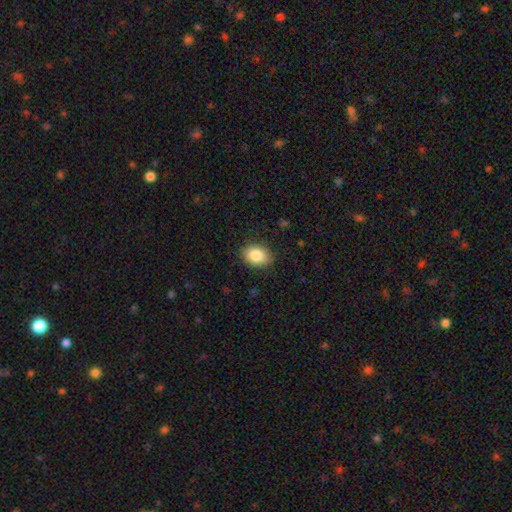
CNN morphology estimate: Q: Smooth or featured?
A: smooth (86%); runner-up: star or artifact (8%)
Q: How rounded?
A: in between (75%); runner-up: round (24%)
Q: Merging?
A: none (86%); runner-up: minor disturbance (11%)